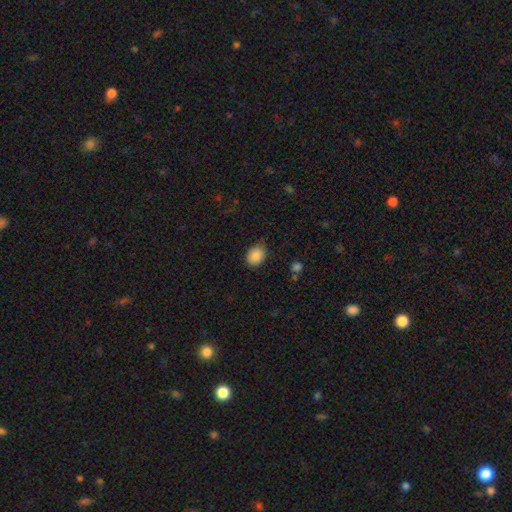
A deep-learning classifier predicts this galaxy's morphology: smooth-or-featured: smooth: 88% | star or artifact: 8% | featured or disk: 4%
  how-rounded: in between: 58% | round: 41% | cigar-shaped: 1%
  merging: none: 69% | minor disturbance: 25% | major disturbance: 5% | merger: 2%